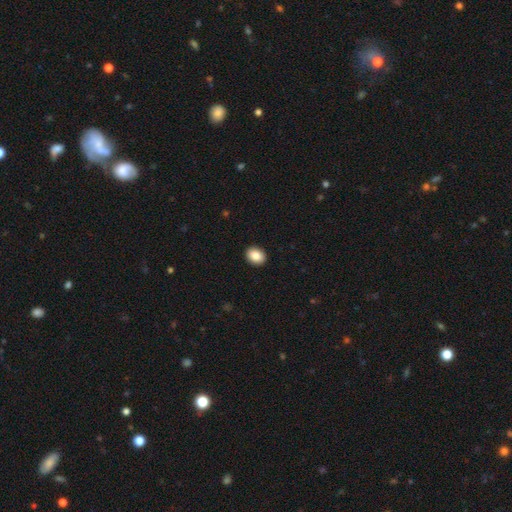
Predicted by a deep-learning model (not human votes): Smooth or featured: smooth — 87% (star or artifact — 8%)
How rounded: in between — 60% (round — 39%)
Merging: none — 92% (minor disturbance — 6%)